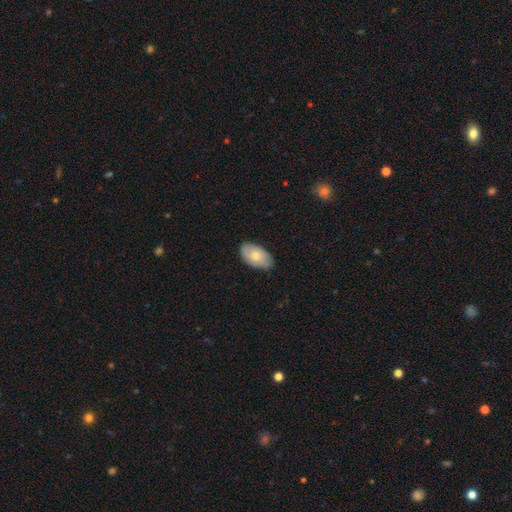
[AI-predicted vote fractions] This is likely a smooth galaxy (69%). How rounded: clearly in between (93%). Merging: clearly none (80%).